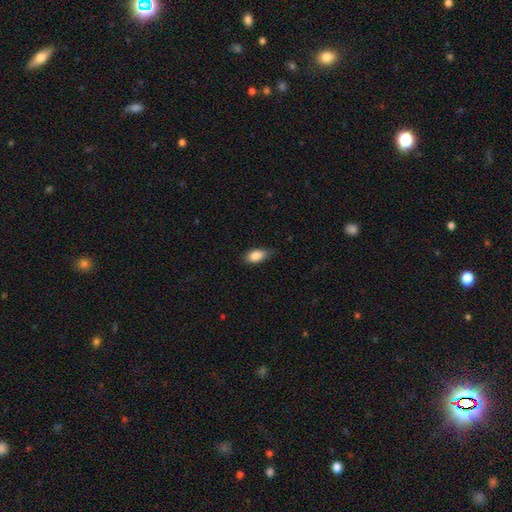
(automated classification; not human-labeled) Smooth or featured? Predicted: smooth (p=0.85). How rounded? Predicted: in between (p=0.90). Merging? Predicted: none (p=0.73).